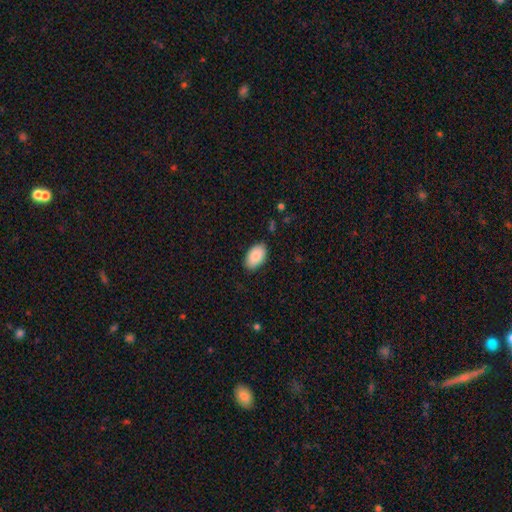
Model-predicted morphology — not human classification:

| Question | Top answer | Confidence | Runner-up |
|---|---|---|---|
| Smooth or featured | smooth | 89% | star or artifact (6%) |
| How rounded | in between | 94% | round (5%) |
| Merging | none | 86% | minor disturbance (11%) |